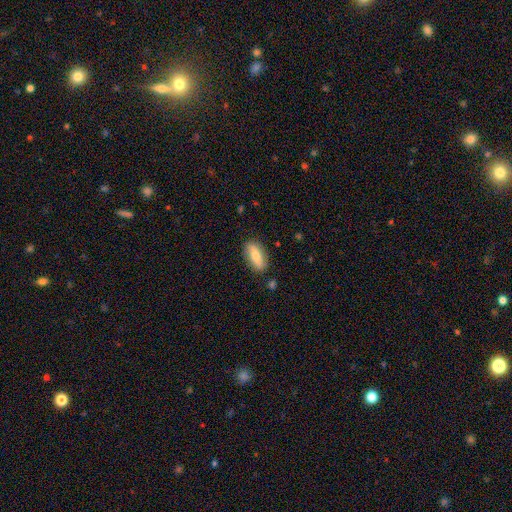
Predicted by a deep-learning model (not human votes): Q: Smooth or featured?
A: smooth (67%); runner-up: featured or disk (27%)
Q: How rounded?
A: in between (78%); runner-up: cigar-shaped (18%)
Q: Merging?
A: none (84%); runner-up: minor disturbance (12%)